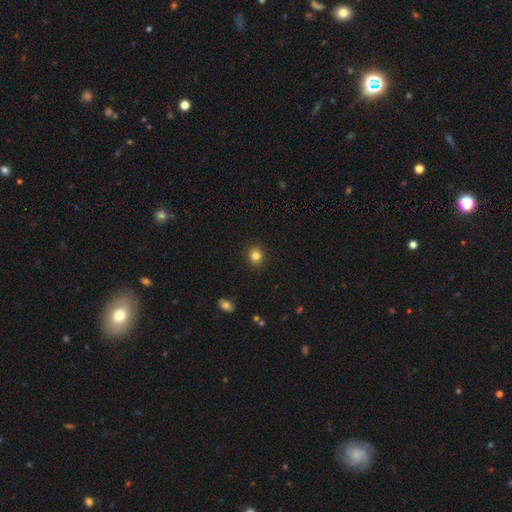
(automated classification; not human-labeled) This is clearly a smooth galaxy (83%). How rounded: likely round (76%). Merging: clearly none (90%).